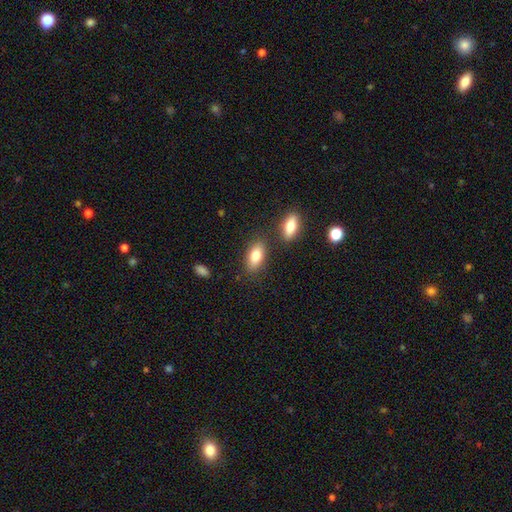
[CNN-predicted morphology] Smooth or featured?
  - smooth: 81% *
  - featured or disk: 12%
  - star or artifact: 7%
How rounded?
  - in between: 88% *
  - cigar-shaped: 7%
  - round: 5%
Merging?
  - none: 77% *
  - minor disturbance: 11%
  - merger: 10%
  - major disturbance: 3%